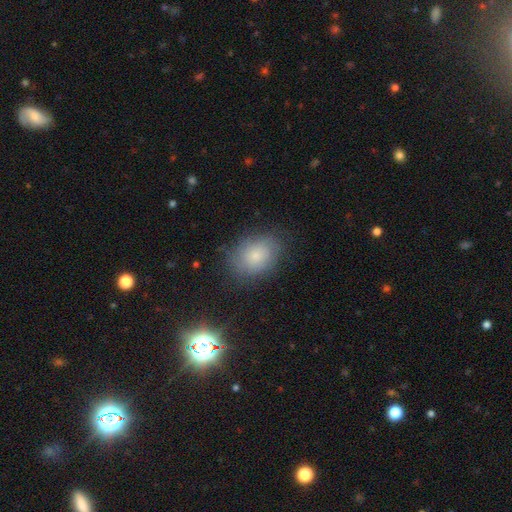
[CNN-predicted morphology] This is likely a smooth galaxy (72%). How rounded: likely in between (66%). Merging: likely none (76%).